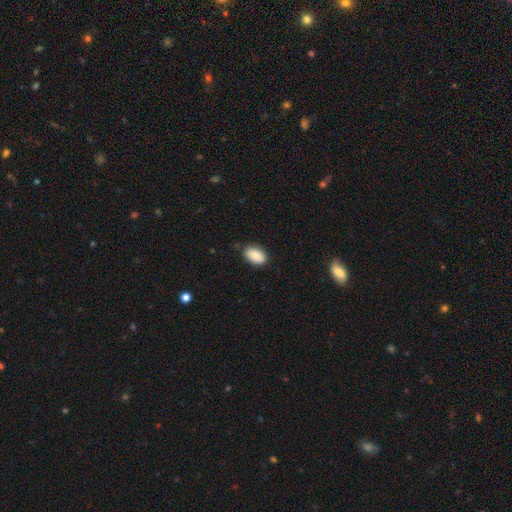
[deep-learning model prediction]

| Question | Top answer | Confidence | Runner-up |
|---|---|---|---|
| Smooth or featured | smooth | 83% | featured or disk (9%) |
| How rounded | in between | 91% | round (8%) |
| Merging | none | 79% | minor disturbance (17%) |